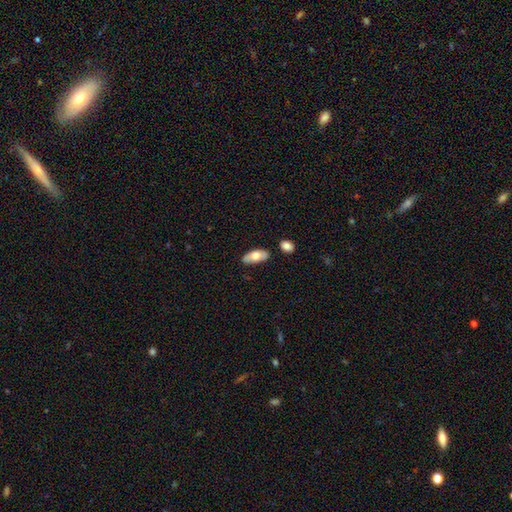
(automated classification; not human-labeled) A smooth galaxy with no disk features (68%) that is in between round and cigar-shaped (89%).

Vote fractions:
- Smooth or featured? smooth: 68% / featured or disk: 27% / star or artifact: 6%
- How rounded? in between: 89% / cigar-shaped: 9% / round: 3%
- Merging? none: 81% / minor disturbance: 13% / merger: 4% / major disturbance: 2%